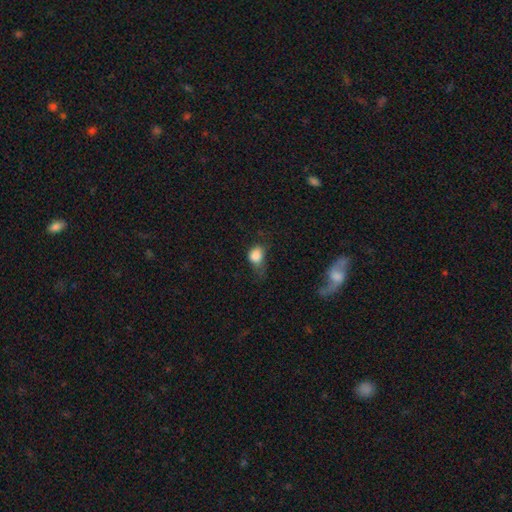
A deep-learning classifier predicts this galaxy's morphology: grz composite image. It shows a smooth galaxy with no disk features (82%) that is in between round and cigar-shaped (54%). Merging: minor disturbance (34%).